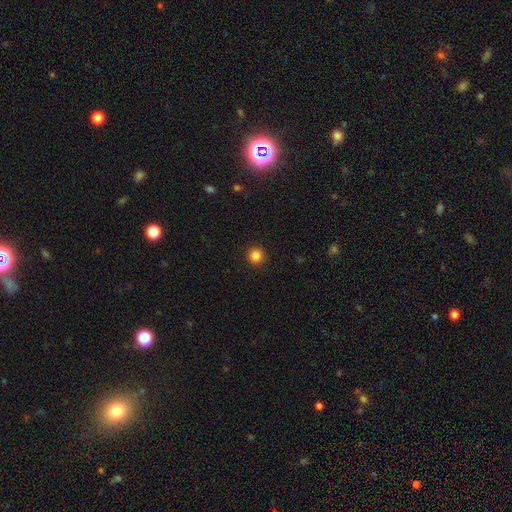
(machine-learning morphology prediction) smooth 84%, star or artifact 11%, featured or disk 4%. Down the decision tree: how rounded — round (95%); merging — none (93%).